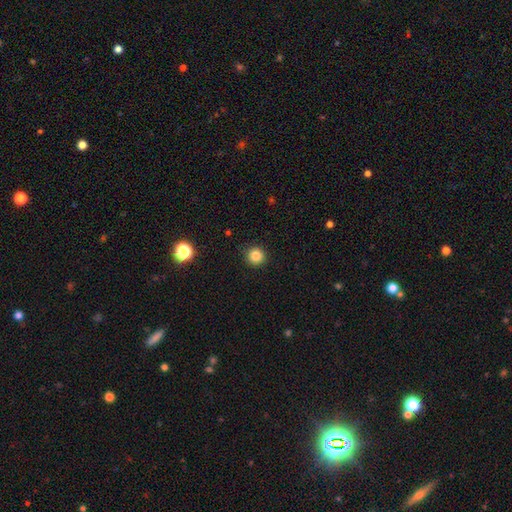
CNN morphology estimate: smooth 85%, star or artifact 12%, featured or disk 4%. Down the decision tree: how rounded — round (94%); merging — none (90%).